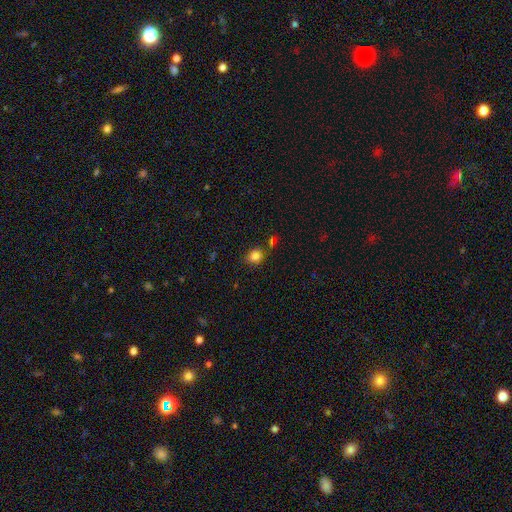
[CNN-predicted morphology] smooth-or-featured: smooth: 82% | star or artifact: 12% | featured or disk: 6%
  how-rounded: round: 77% | in between: 22% | cigar-shaped: 1%
  merging: none: 72% | minor disturbance: 14% | merger: 10% | major disturbance: 4%